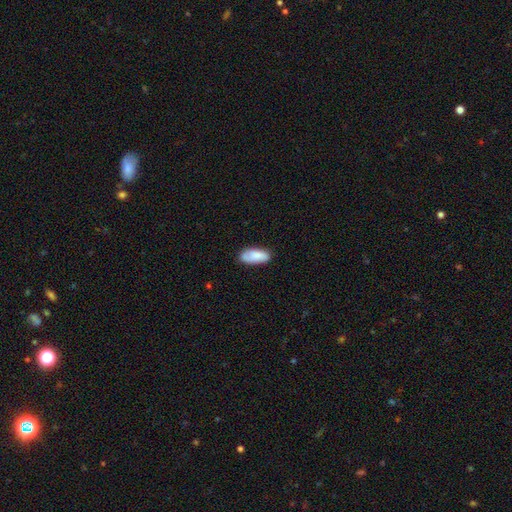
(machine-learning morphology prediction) Smooth or featured? Predicted: smooth (p=0.84). How rounded? Predicted: in between (p=0.87). Merging? Predicted: none (p=0.79).